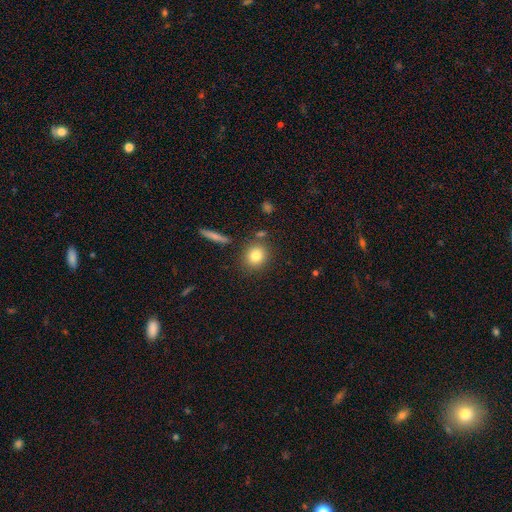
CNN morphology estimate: A smooth galaxy with no disk features (81%) that is round (80%). Merging: none (83%).